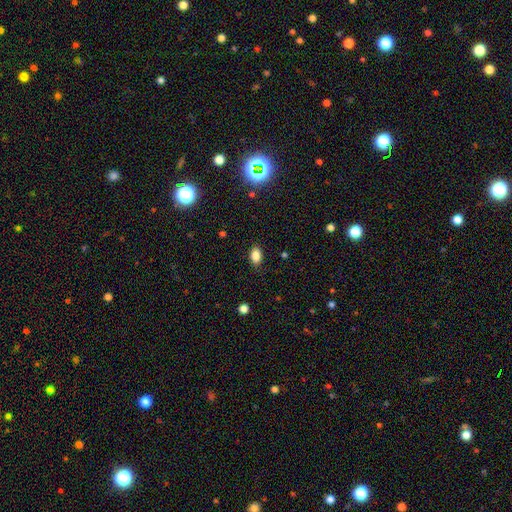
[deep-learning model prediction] smooth-or-featured: smooth: 84% | star or artifact: 10% | featured or disk: 6%
  how-rounded: in between: 88% | round: 11% | cigar-shaped: 2%
  merging: none: 86% | minor disturbance: 11% | major disturbance: 3% | merger: 1%